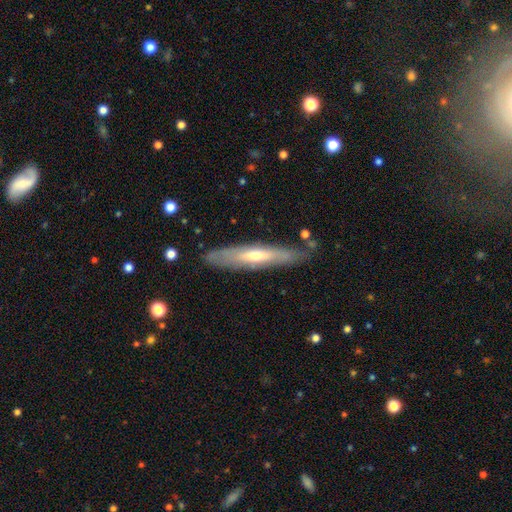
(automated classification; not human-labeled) A featured or disk galaxy (58%) viewed edge-on (75%). Merging: none (81%).